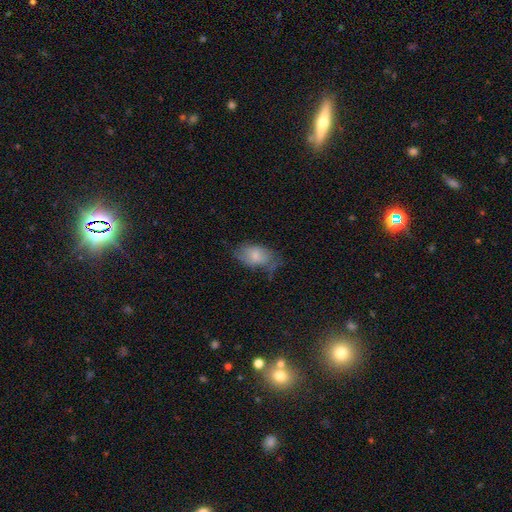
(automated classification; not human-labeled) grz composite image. It shows a smooth galaxy with no disk features (68%) that is in between round and cigar-shaped (91%). Merging: none (43%).